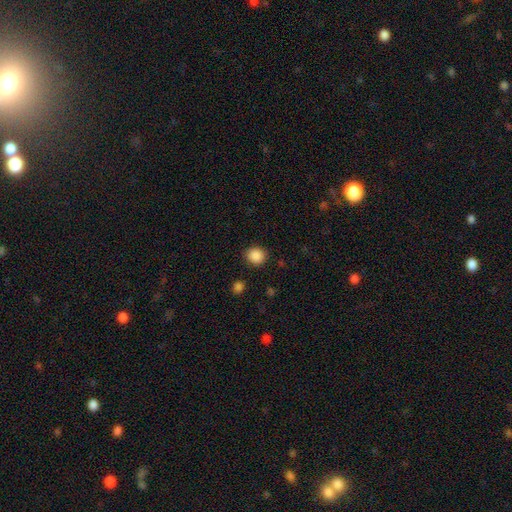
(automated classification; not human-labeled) A smooth galaxy with no disk features (88%) that is round (83%).

Vote fractions:
- Smooth or featured? smooth: 88% / star or artifact: 9% / featured or disk: 3%
- How rounded? round: 83% / in between: 16% / cigar-shaped: 1%
- Merging? none: 88% / minor disturbance: 7% / major disturbance: 3% / merger: 2%